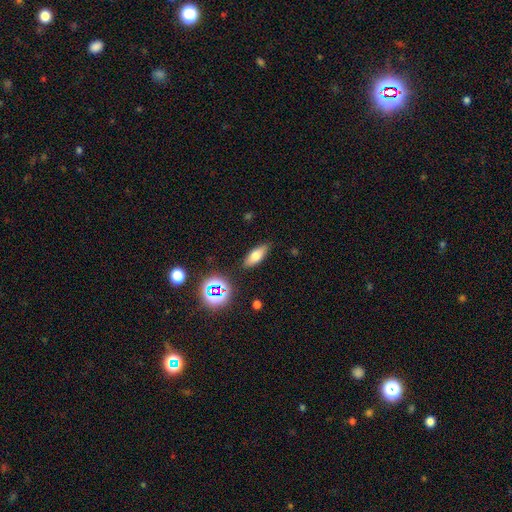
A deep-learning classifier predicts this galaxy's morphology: Smooth or featured?
  - smooth: 65% *
  - featured or disk: 22%
  - star or artifact: 13%
How rounded?
  - in between: 68% *
  - cigar-shaped: 27%
  - round: 5%
Merging?
  - none: 86% *
  - minor disturbance: 10%
  - major disturbance: 3%
  - merger: 2%